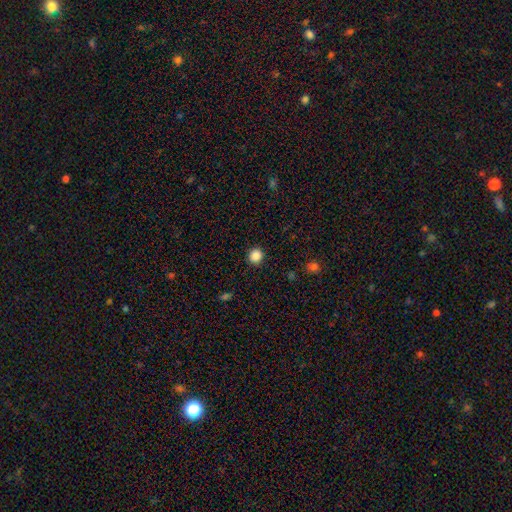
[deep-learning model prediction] Smooth or featured?
  - smooth: 87% *
  - star or artifact: 10%
  - featured or disk: 3%
How rounded?
  - round: 91% *
  - in between: 8%
  - cigar-shaped: 1%
Merging?
  - none: 92% *
  - minor disturbance: 5%
  - major disturbance: 2%
  - merger: 1%